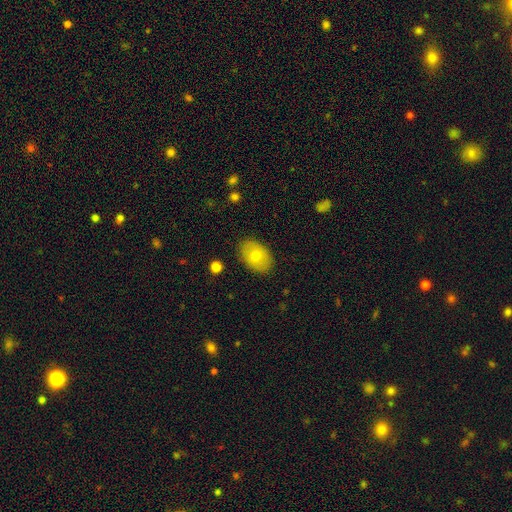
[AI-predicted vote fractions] Smooth or featured?
  - smooth: 68% *
  - featured or disk: 25%
  - star or artifact: 7%
How rounded?
  - in between: 83% *
  - round: 16%
  - cigar-shaped: 1%
Merging?
  - none: 87% *
  - minor disturbance: 9%
  - major disturbance: 2%
  - merger: 1%